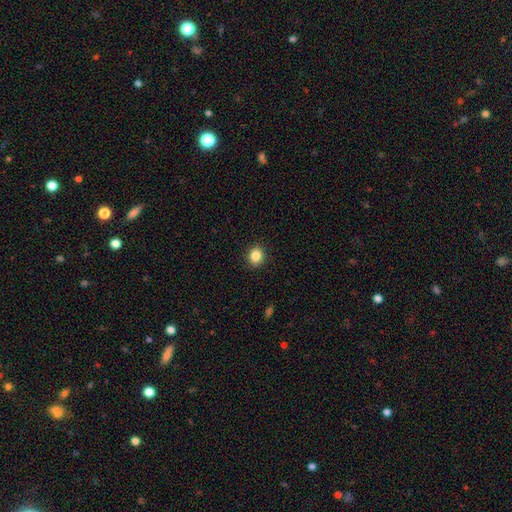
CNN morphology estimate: smooth_or_featured: smooth (p=0.85) [alt: star or artifact p=0.10]
how_rounded: round (p=0.66) [alt: in between p=0.33]
merging: none (p=0.91) [alt: minor disturbance p=0.06]